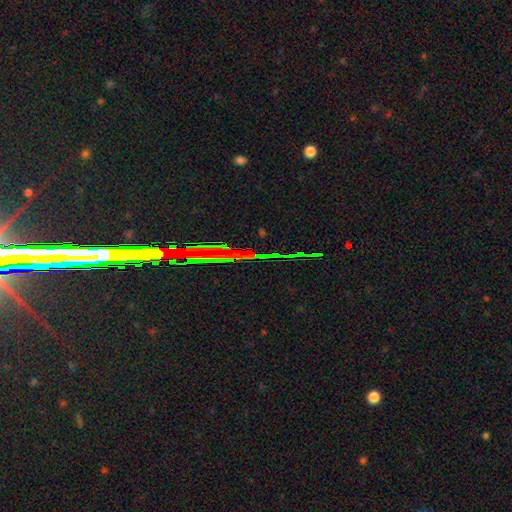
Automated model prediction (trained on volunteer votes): Smooth or featured?
  - star or artifact: 79% *
  - featured or disk: 12%
  - smooth: 9%